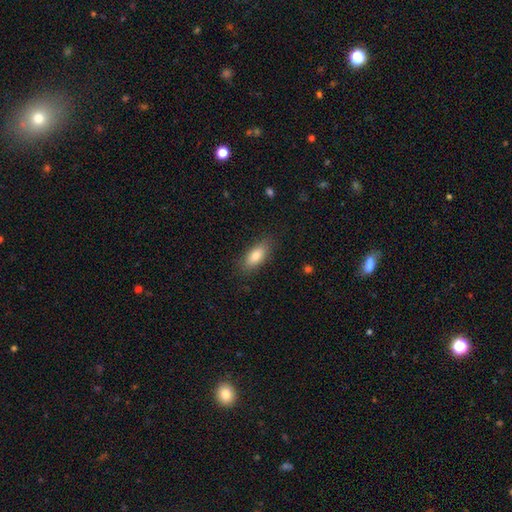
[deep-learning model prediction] This is clearly a smooth galaxy (82%). How rounded: likely in between (79%). Merging: clearly none (84%).